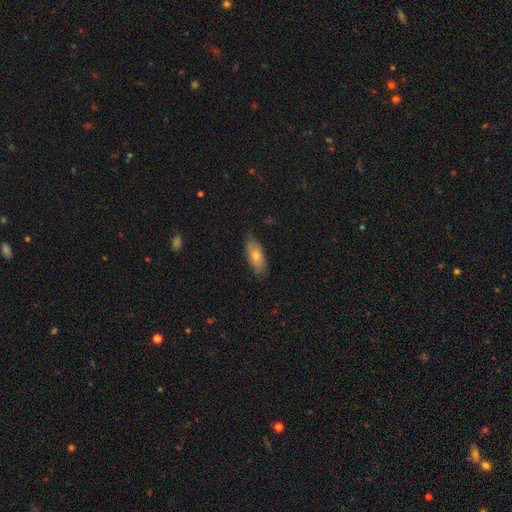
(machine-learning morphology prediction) Smooth or featured?
  - smooth: 62% *
  - featured or disk: 29%
  - star or artifact: 9%
How rounded?
  - in between: 78% *
  - cigar-shaped: 19%
  - round: 3%
Merging?
  - none: 80% *
  - minor disturbance: 16%
  - major disturbance: 3%
  - merger: 1%